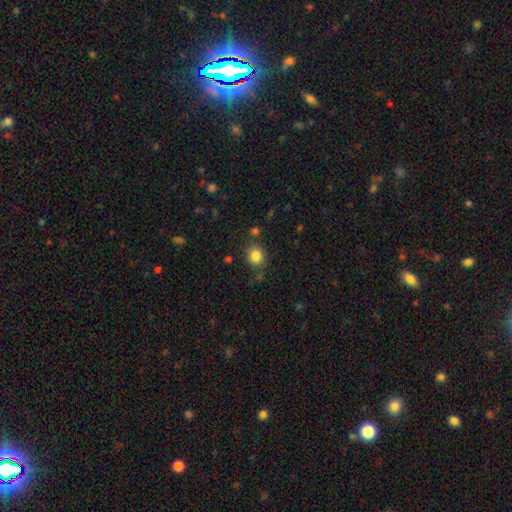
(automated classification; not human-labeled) smooth 83%, star or artifact 11%, featured or disk 6%. Down the decision tree: how rounded — round (72%); merging — none (78%).